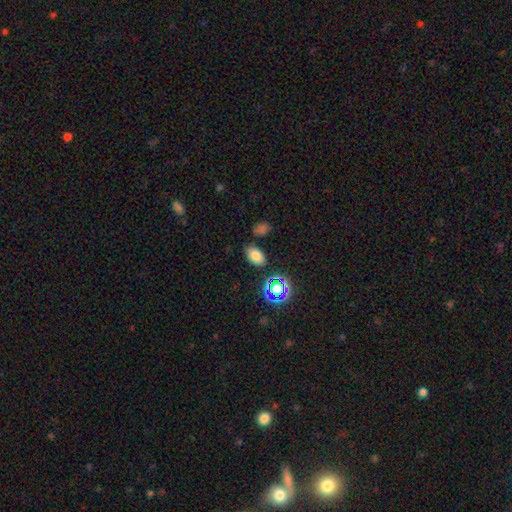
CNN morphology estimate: This is likely a smooth galaxy (76%). How rounded: clearly in between (89%). Merging: clearly none (81%).